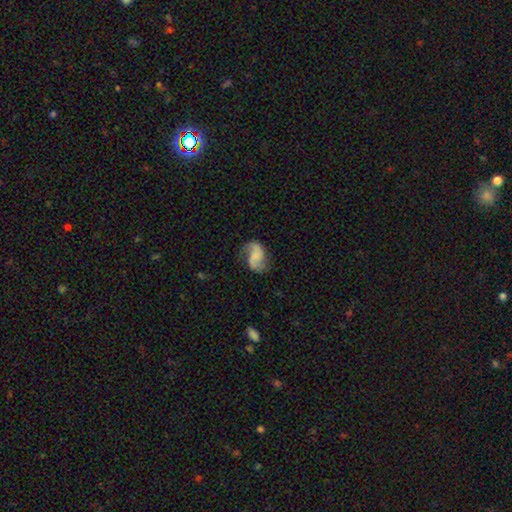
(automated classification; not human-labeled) A featured or disk galaxy (73%) with no bar (55%), 2 (90%) loose (57%) spiral arms (95%) and no central bulge (59%).

Vote fractions:
- Smooth or featured? featured or disk: 73% / smooth: 20% / star or artifact: 7%
- Edge-on disk? no: 98% / yes: 2%
- Bar? no: 55% / weak: 35% / strong: 10%
- Spiral arms? yes: 95% / no: 5%
- Spiral winding? loose: 57% / medium: 33% / tight: 9%
- Spiral arm count? 2: 90% / 1: 4% / can't tell: 3% / 3: 1% / 4: 1% / more than 4: 1%
- Bulge size? none: 59% / small: 19% / moderate: 13% / large: 7% / dominant: 2%
- Merging? none: 69% / minor disturbance: 19% / major disturbance: 10% / merger: 2%